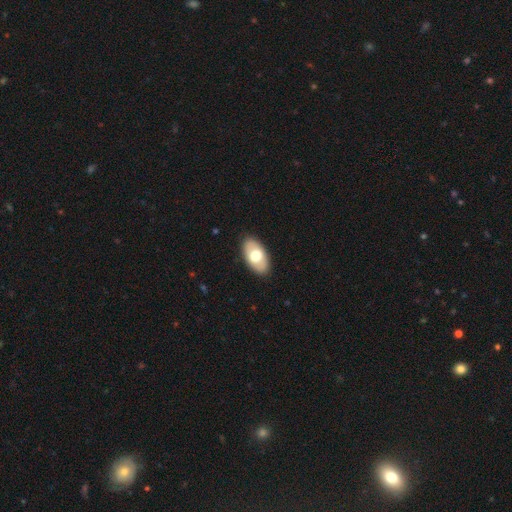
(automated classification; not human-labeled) Overall: smooth (65%; featured or disk 29%). How rounded: in between (94%). Merging: none (88%).